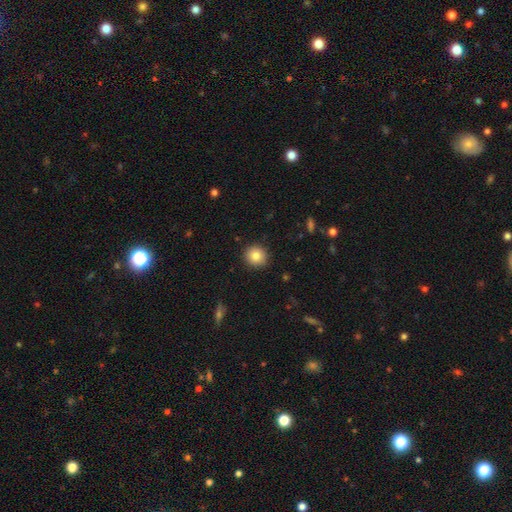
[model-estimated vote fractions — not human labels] This is clearly a smooth galaxy (84%). How rounded: clearly round (90%). Merging: clearly none (91%).